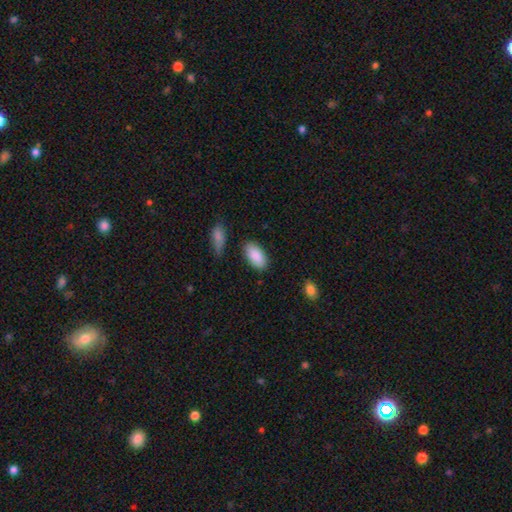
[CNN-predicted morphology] type=smooth (89%); roundness=in between (94%); merging=none (81%).